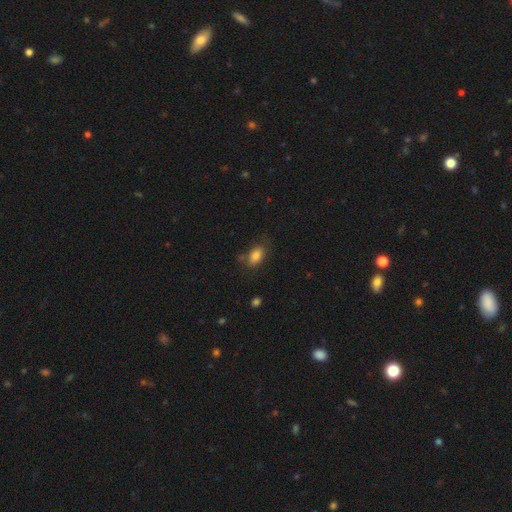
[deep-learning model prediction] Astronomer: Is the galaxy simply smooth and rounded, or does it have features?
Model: smooth — 83%.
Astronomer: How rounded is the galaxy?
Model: in between — 89%.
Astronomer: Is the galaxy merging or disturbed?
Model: none — 70%.